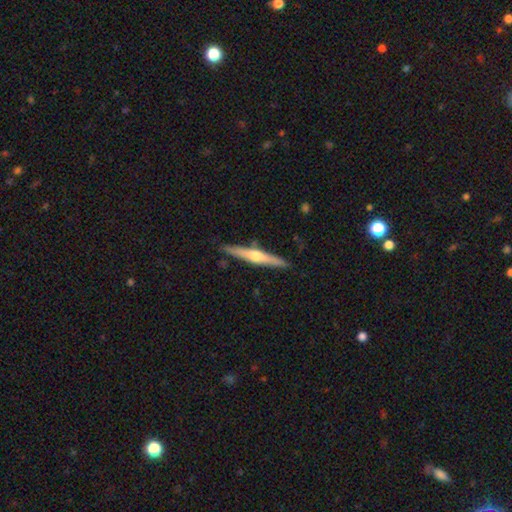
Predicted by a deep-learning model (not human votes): A featured or disk galaxy (68%) viewed edge-on (97%) with a rounded central bulge (91%).

Vote fractions:
- Smooth or featured? featured or disk: 68% / smooth: 27% / star or artifact: 5%
- Edge-on disk? yes: 97% / no: 3%
- Edge-on bulge? rounded: 91% / none: 5% / boxy: 3%
- Merging? none: 89% / minor disturbance: 8% / merger: 2% / major disturbance: 2%